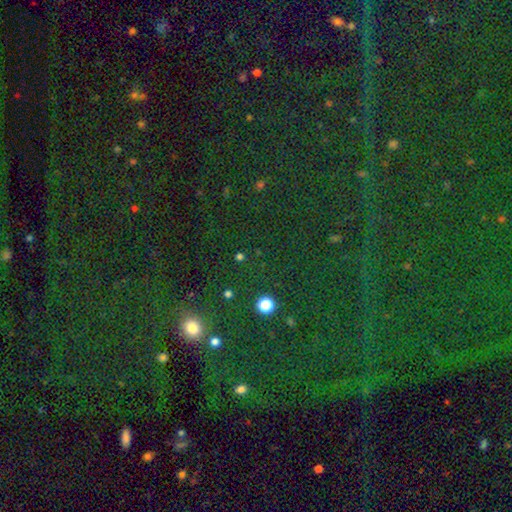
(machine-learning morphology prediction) Smooth or featured? star or artifact (81%)